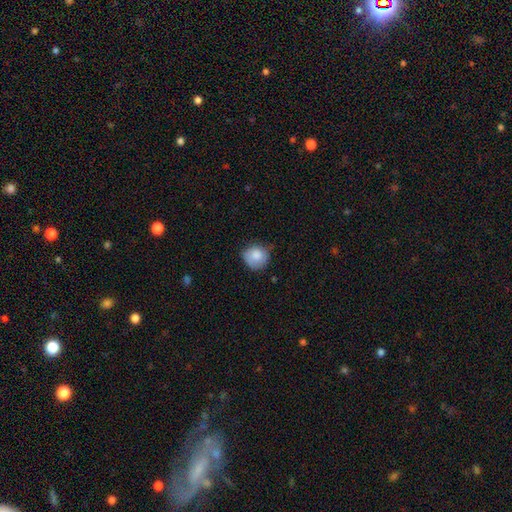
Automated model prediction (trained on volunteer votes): smooth-or-featured: smooth: 82% | featured or disk: 10% | star or artifact: 8%
  how-rounded: round: 85% | in between: 14% | cigar-shaped: 1%
  merging: none: 63% | minor disturbance: 28% | major disturbance: 7% | merger: 2%